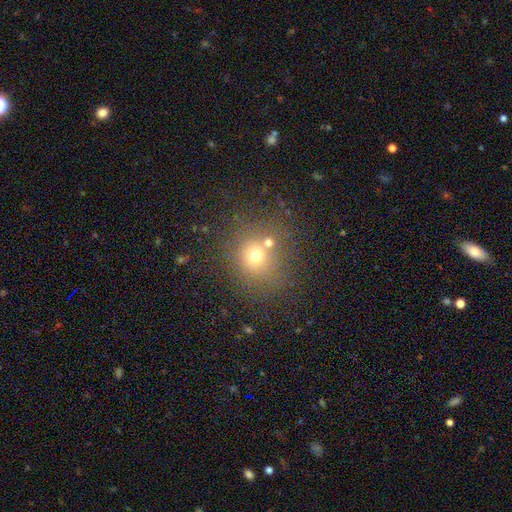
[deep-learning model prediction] A smooth galaxy with no disk features (64%) that is round (83%). Merging: none (60%).